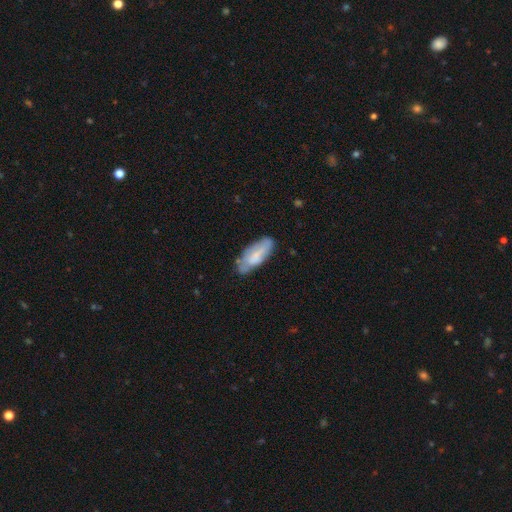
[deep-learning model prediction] Smooth or featured? smooth (65%)
How rounded? in between (75%)
Merging? none (61%)